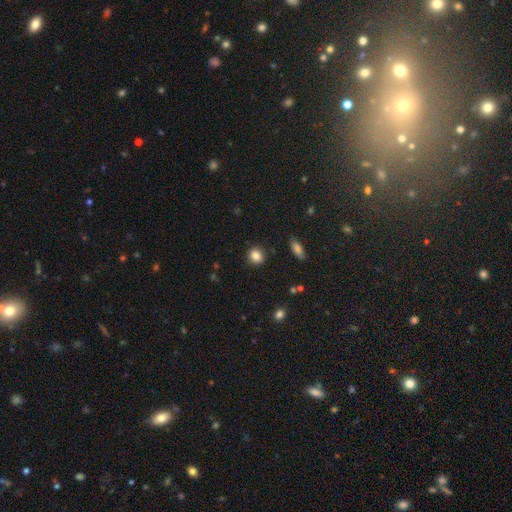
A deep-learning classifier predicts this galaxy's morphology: The model was most divided on "how rounded": round: 81%, in between: 18%, cigar-shaped: 1%. More confident: merging — none (88%); smooth or featured — smooth (85%).